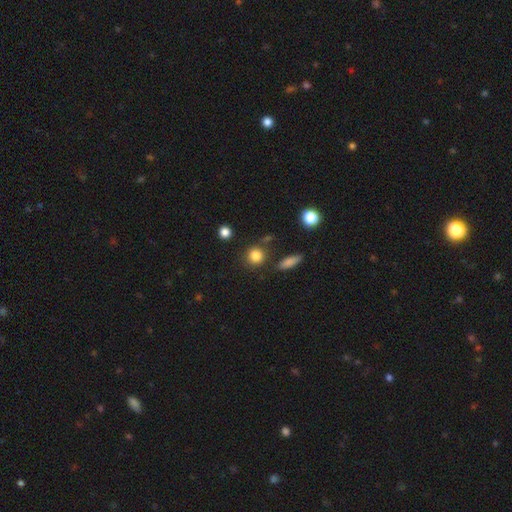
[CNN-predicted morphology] A smooth galaxy with no disk features (83%) that is round (87%). Merging: none (81%).